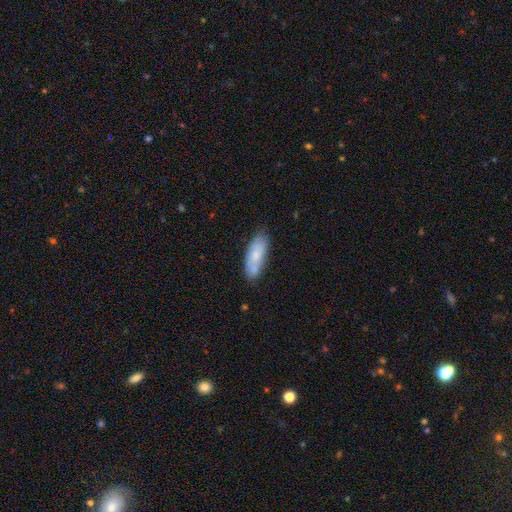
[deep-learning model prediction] The model was most divided on "how rounded": in between: 69%, cigar-shaped: 29%, round: 2%. More confident: smooth or featured — smooth (68%); merging — none (64%).